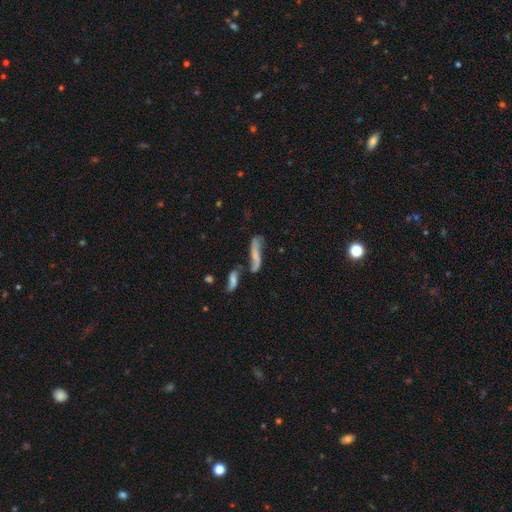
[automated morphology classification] Smooth or featured? featured or disk (52%)
Edge-on disk? no (71%)
Merging? none (40%)